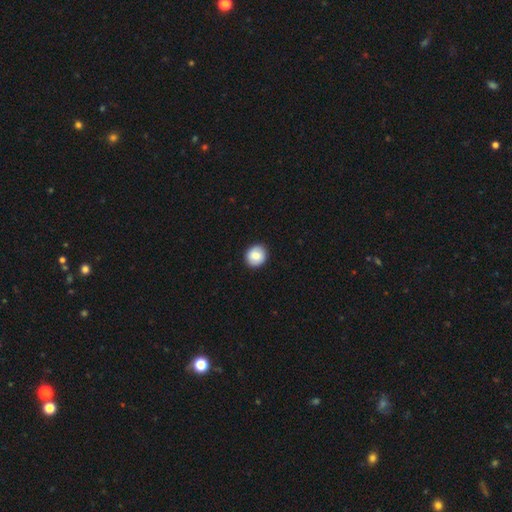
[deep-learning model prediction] This is clearly a smooth galaxy (85%). How rounded: clearly round (83%). Merging: clearly none (90%).